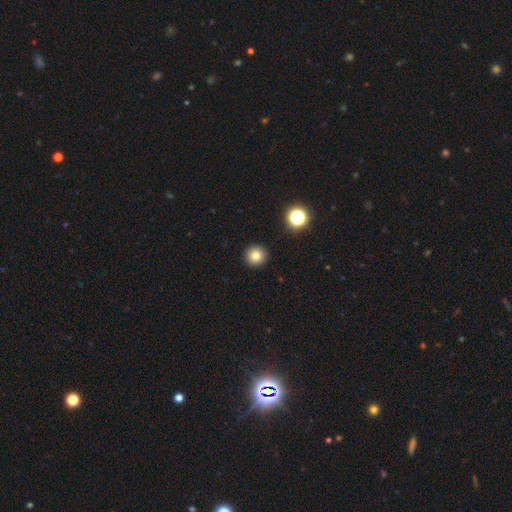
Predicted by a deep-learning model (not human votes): Q: Smooth or featured?
A: smooth (80%); runner-up: star or artifact (13%)
Q: How rounded?
A: round (95%); runner-up: in between (4%)
Q: Merging?
A: none (93%); runner-up: minor disturbance (4%)